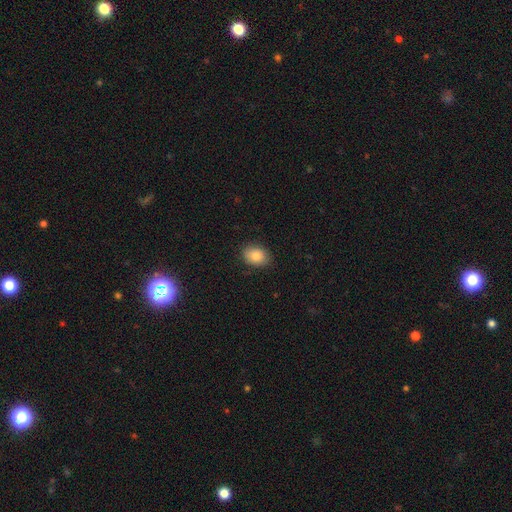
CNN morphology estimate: type=smooth (85%); roundness=in between (72%); merging=none (85%).